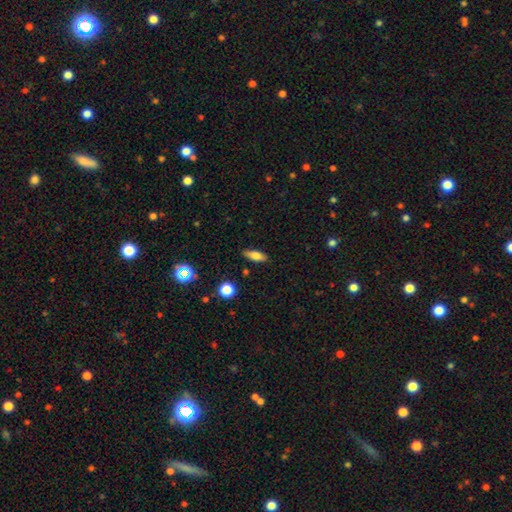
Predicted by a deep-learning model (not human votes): Smooth or featured? Predicted: smooth (p=0.72). How rounded? Predicted: in between (p=0.69). Merging? Predicted: none (p=0.86).